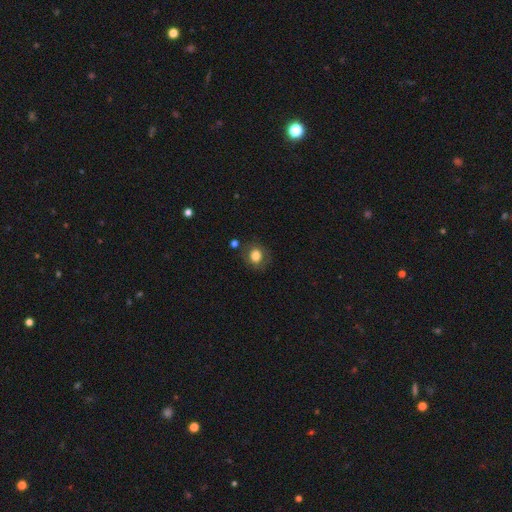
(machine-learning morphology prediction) Smooth or featured? smooth (78%)
How rounded? round (71%)
Merging? none (80%)